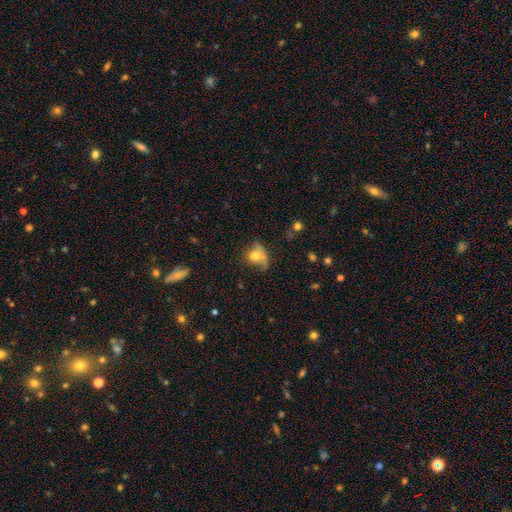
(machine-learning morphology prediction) smooth_or_featured: smooth (p=0.66) [alt: featured or disk p=0.21]
how_rounded: round (p=0.54) [alt: in between p=0.44]
merging: none (p=0.35) [alt: major disturbance p=0.30]